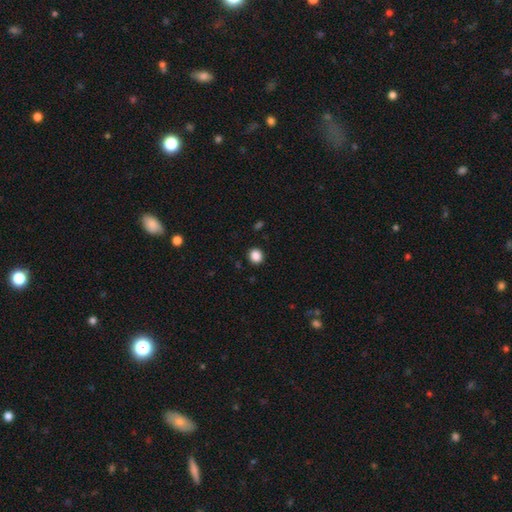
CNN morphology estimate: Smooth or featured: smooth — 87% (star or artifact — 10%)
How rounded: round — 82% (in between — 17%)
Merging: none — 92% (minor disturbance — 5%)